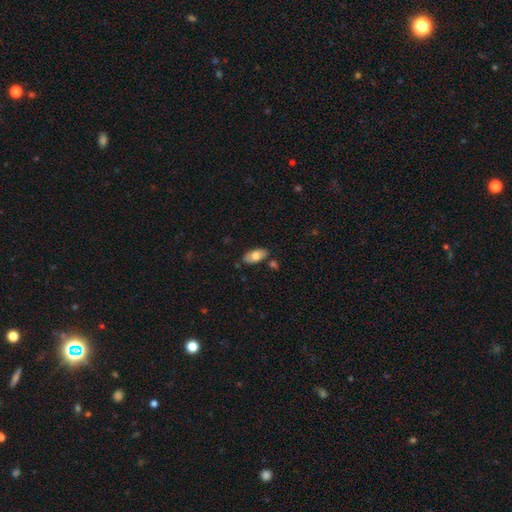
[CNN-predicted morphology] Overall: smooth (73%). How rounded: in between (94%). Merging: none (80%).